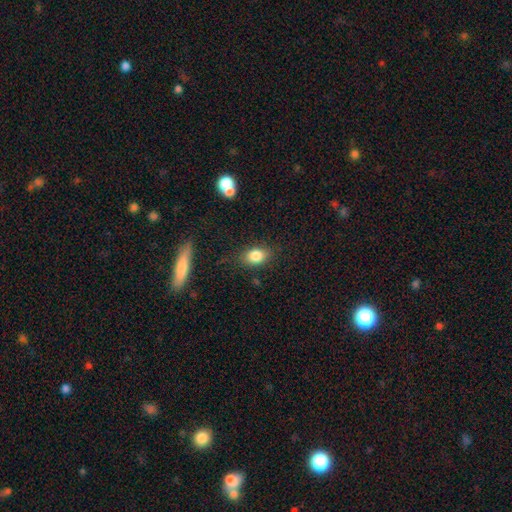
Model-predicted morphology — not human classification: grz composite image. It shows a smooth galaxy with no disk features (83%) that is in between round and cigar-shaped (75%). Merging: none (81%).